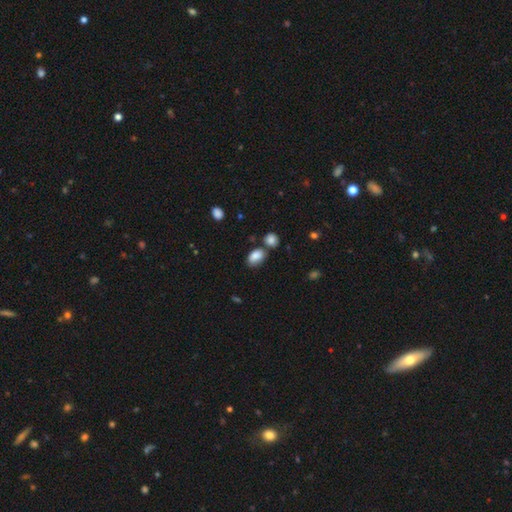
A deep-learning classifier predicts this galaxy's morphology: smooth_or_featured: smooth (p=0.85) [alt: star or artifact p=0.08]
how_rounded: in between (p=0.88) [alt: round p=0.10]
merging: none (p=0.61) [alt: minor disturbance p=0.18]